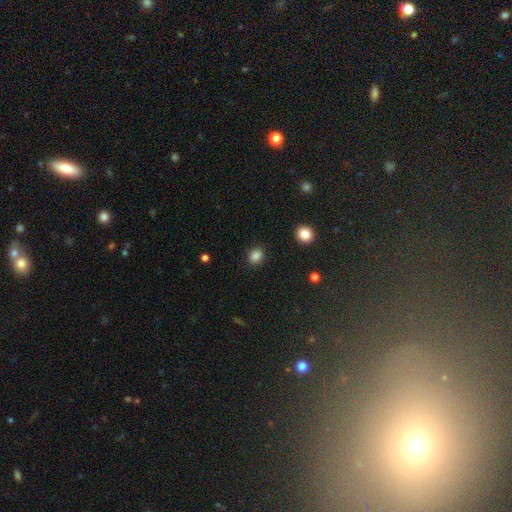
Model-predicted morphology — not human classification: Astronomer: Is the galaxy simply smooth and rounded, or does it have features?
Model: smooth — 86%.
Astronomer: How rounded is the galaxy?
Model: round — 59% (runner-up: in between, 41%).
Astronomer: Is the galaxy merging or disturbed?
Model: none — 89%.